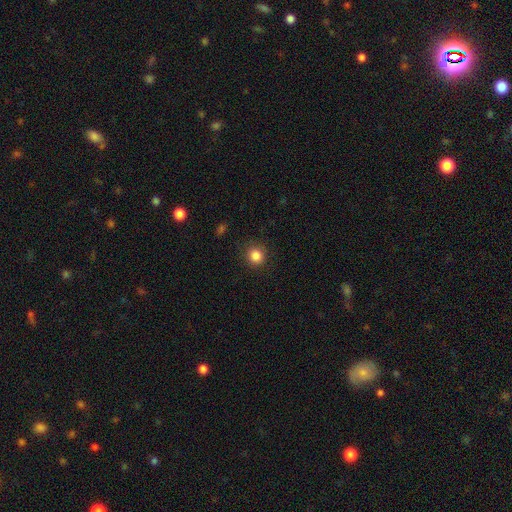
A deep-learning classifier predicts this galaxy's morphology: Smooth or featured: smooth — 85% (star or artifact — 11%)
How rounded: round — 89% (in between — 10%)
Merging: none — 88% (minor disturbance — 8%)